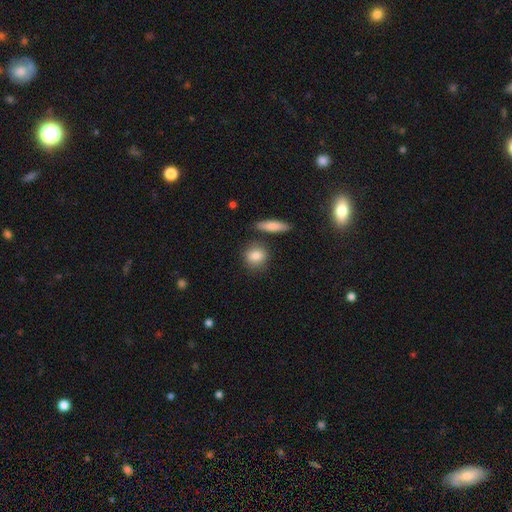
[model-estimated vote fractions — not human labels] Q: Smooth or featured?
A: smooth (83%); runner-up: featured or disk (9%)
Q: How rounded?
A: round (70%); runner-up: in between (26%)
Q: Merging?
A: none (78%); runner-up: minor disturbance (12%)